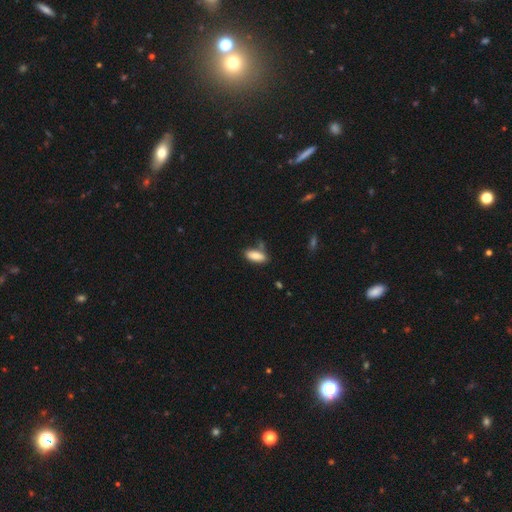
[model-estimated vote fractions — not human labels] Smooth or featured? Predicted: smooth (p=0.85). How rounded? Predicted: in between (p=0.81). Merging? Predicted: none (p=0.68).